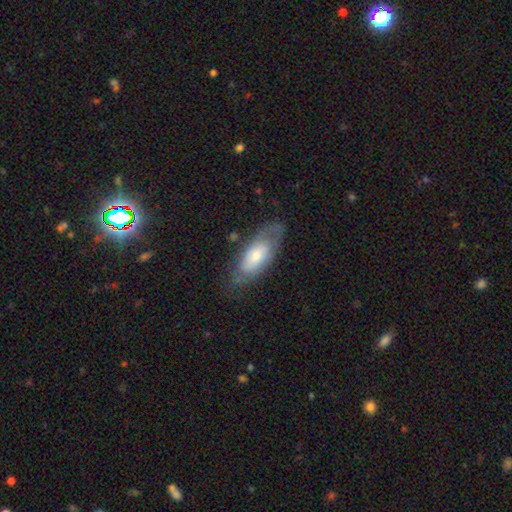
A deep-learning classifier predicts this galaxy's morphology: This is possibly a smooth galaxy (49%). Merging: likely none (67%).